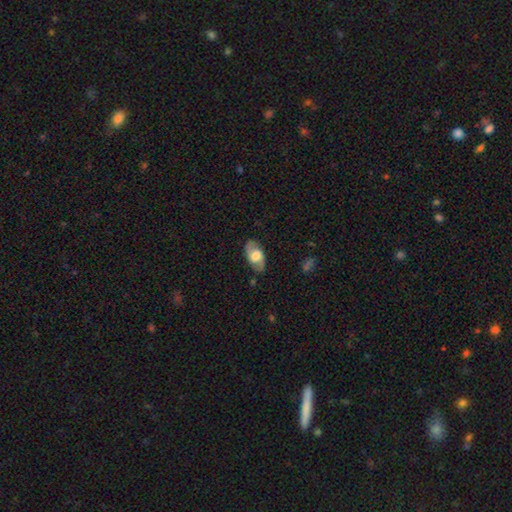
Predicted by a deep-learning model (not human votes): Overall: smooth (47%, tied with featured or disk). Merging: none (81%).